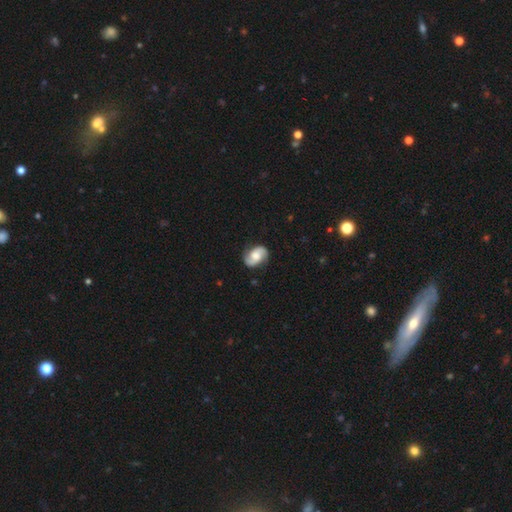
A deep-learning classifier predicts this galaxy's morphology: featured or disk 71%, smooth 22%, star or artifact 7%. Down the decision tree: edge-on disk — no (98%); bar — no (57%); spiral arms — yes (94%); spiral arm count — 2 (91%); spiral winding — medium (43%); bulge size — moderate (53%); merging — none (81%).